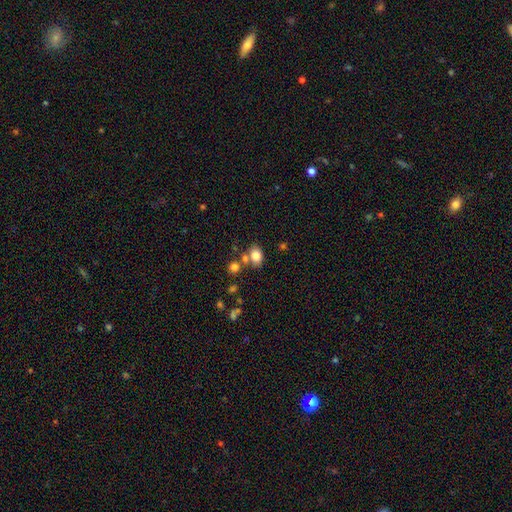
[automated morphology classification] A smooth galaxy with no disk features (81%) that is in between round and cigar-shaped (64%). Merging: none (59%).